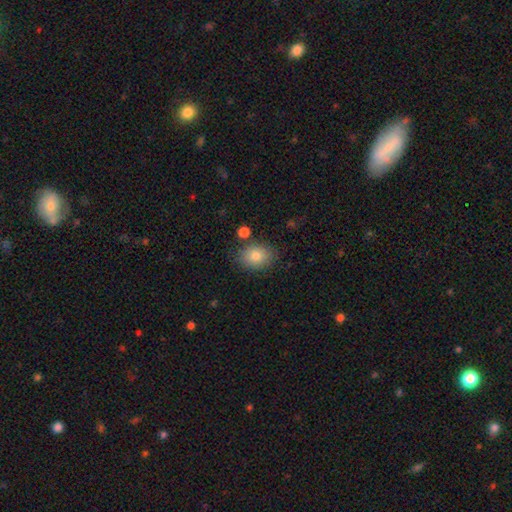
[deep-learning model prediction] smooth 81%, featured or disk 9%, star or artifact 9%. Down the decision tree: how rounded — in between (62%); merging — none (80%).